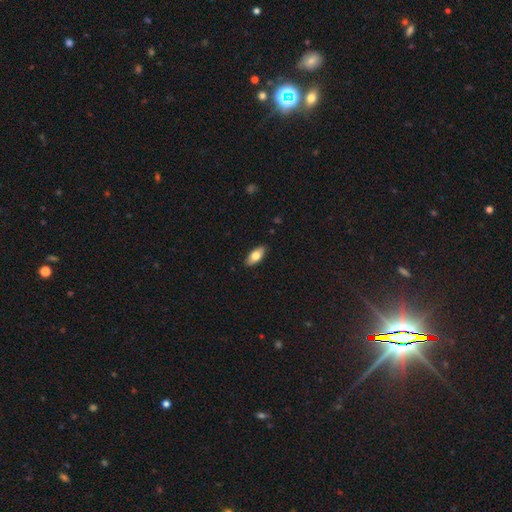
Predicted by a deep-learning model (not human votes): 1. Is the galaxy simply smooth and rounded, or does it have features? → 72% smooth, 21% featured or disk, 6% star or artifact.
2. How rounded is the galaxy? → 87% in between, 10% cigar-shaped, 3% round.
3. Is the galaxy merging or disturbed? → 89% none, 9% minor disturbance, 2% major disturbance, 1% merger.